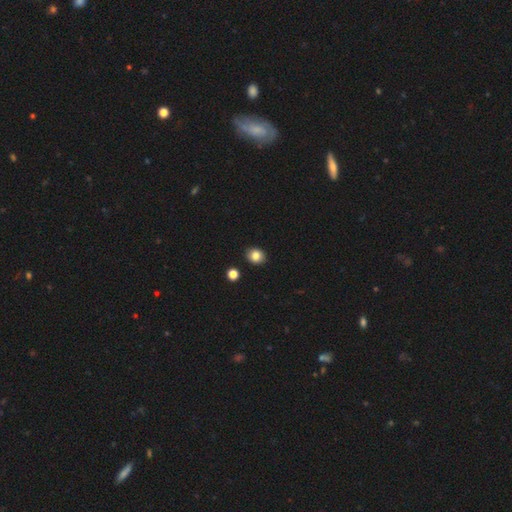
This is clearly a smooth galaxy (85%). How rounded: possibly round (53%). Merging: clearly none (95%).